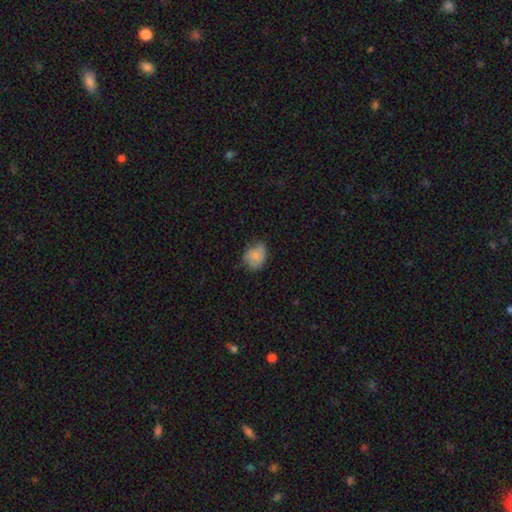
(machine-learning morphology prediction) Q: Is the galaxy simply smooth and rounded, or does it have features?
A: smooth — 76%.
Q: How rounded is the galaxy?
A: in between — 58%.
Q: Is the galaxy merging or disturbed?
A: none — 54%.